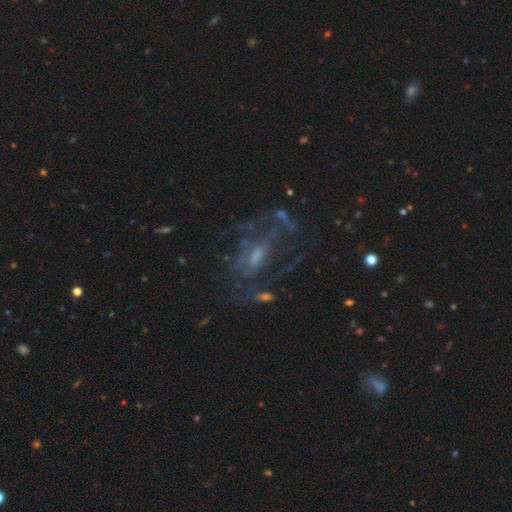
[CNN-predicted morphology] Smooth or featured? Predicted: featured or disk (p=0.73). Edge-on disk? Predicted: no (p=0.93). Bar? Predicted: weak (p=0.42). Spiral arms? Predicted: yes (p=0.65). Bulge size? Predicted: moderate (p=0.39). Merging? Predicted: none (p=0.49).